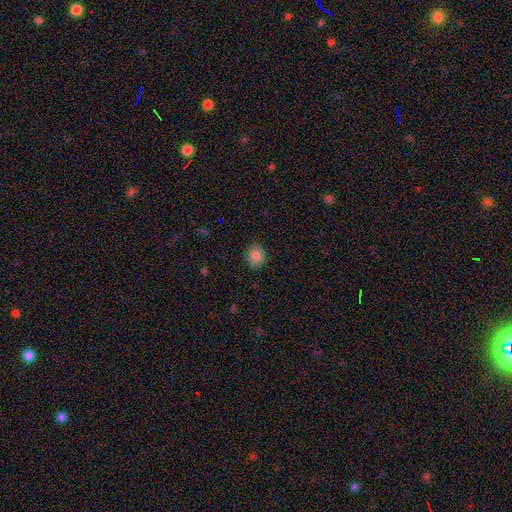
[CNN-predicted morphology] Smooth or featured? Predicted: smooth (p=0.85). How rounded? Predicted: round (p=0.64). Merging? Predicted: none (p=0.89).